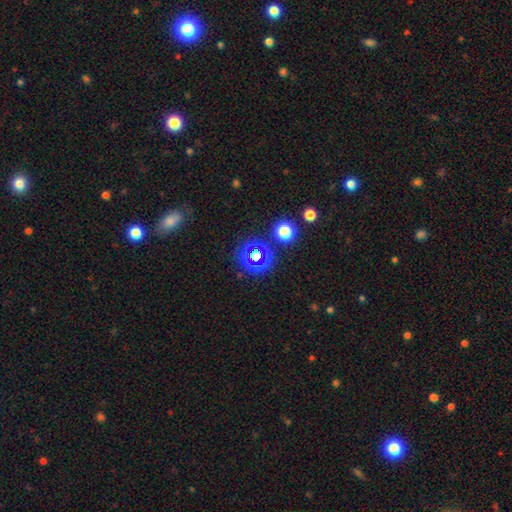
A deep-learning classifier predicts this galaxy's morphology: This appears to be a star or artifact, not a galaxy (62%).